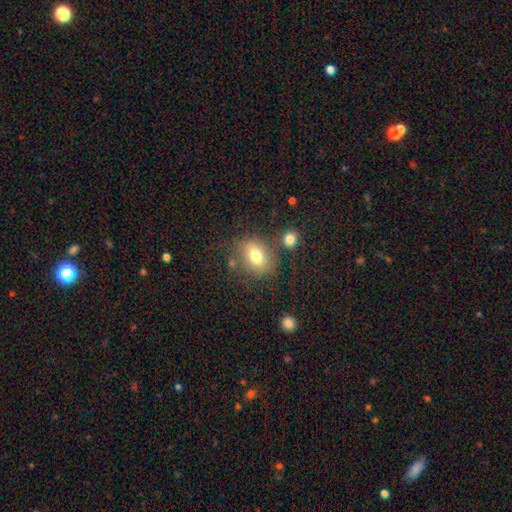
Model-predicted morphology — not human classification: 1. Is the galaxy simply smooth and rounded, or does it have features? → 75% smooth, 15% featured or disk, 11% star or artifact.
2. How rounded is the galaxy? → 57% in between, 42% round, 1% cigar-shaped.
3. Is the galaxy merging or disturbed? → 66% none, 16% minor disturbance, 12% merger, 7% major disturbance.